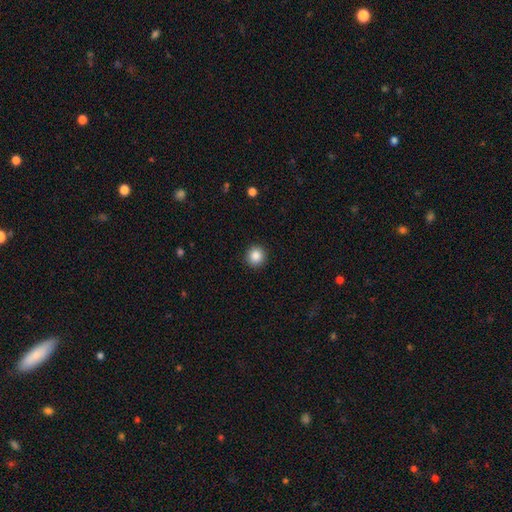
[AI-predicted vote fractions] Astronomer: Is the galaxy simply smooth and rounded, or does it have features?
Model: smooth — 87%.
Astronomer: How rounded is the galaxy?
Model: round — 92%.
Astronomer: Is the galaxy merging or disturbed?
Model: none — 92%.